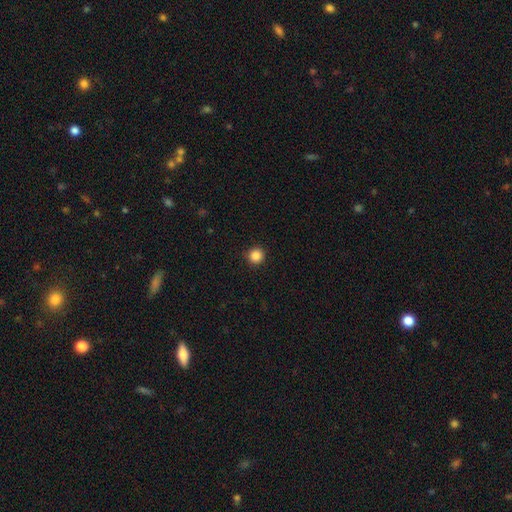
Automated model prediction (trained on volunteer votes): Smooth or featured? Predicted: smooth (p=0.86). How rounded? Predicted: round (p=0.95). Merging? Predicted: none (p=0.92).